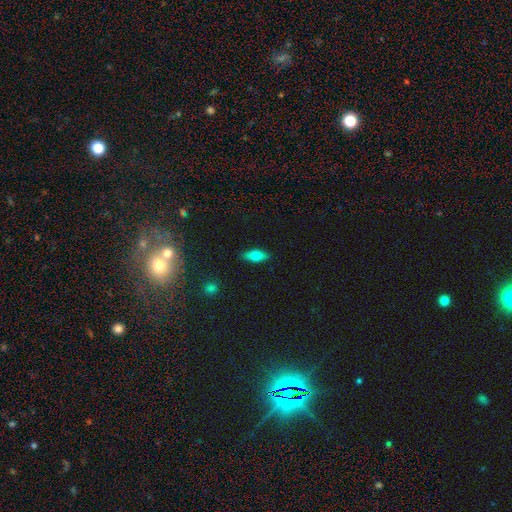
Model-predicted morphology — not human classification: Smooth or featured? smooth (67%)
How rounded? in between (74%)
Merging? none (88%)